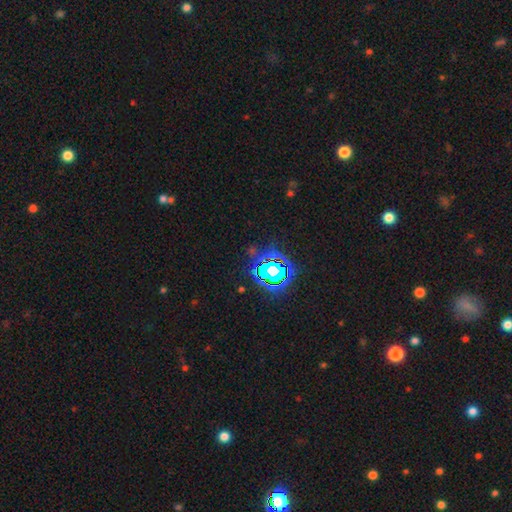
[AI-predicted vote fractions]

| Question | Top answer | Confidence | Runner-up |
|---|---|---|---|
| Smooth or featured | star or artifact | 80% | smooth (12%) |